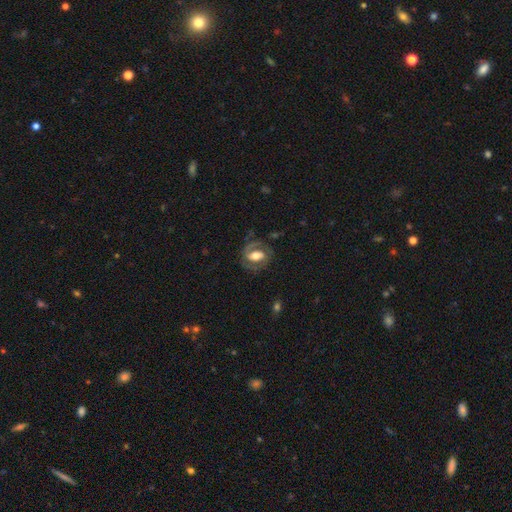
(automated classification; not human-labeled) featured or disk 62%, smooth 32%, star or artifact 7%. Down the decision tree: edge-on disk — no (94%); bar — no (38%); spiral arms — yes (64%); bulge size — moderate (51%); merging — none (65%).